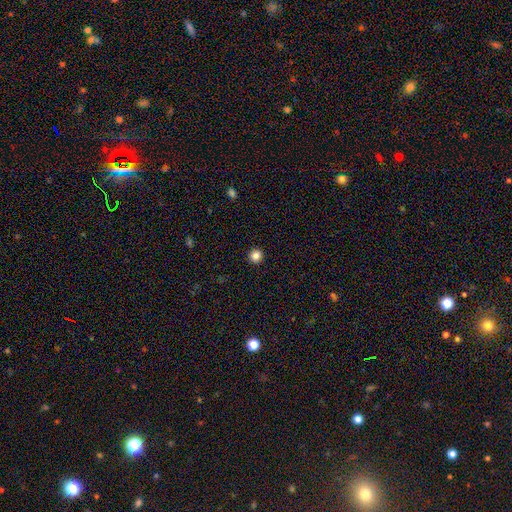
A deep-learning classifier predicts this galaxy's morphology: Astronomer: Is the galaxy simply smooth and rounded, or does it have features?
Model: smooth — 84%.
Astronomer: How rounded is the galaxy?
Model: round — 95%.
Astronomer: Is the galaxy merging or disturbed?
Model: none — 94%.